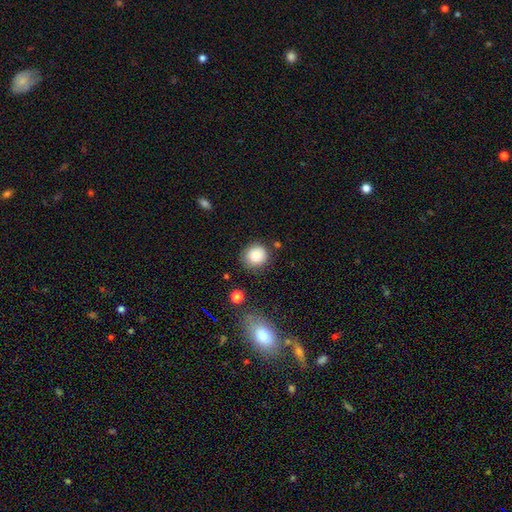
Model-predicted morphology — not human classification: The model was most divided on "merging": none: 81%, minor disturbance: 13%, major disturbance: 3%, merger: 3%. More confident: how rounded — round (88%); smooth or featured — smooth (84%).